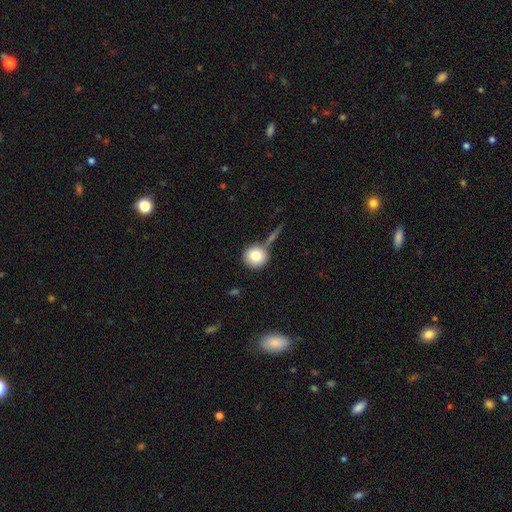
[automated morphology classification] The model was most divided on "merging": none: 65%, merger: 16%, minor disturbance: 13%, major disturbance: 6%. More confident: how rounded — round (92%); smooth or featured — smooth (82%).